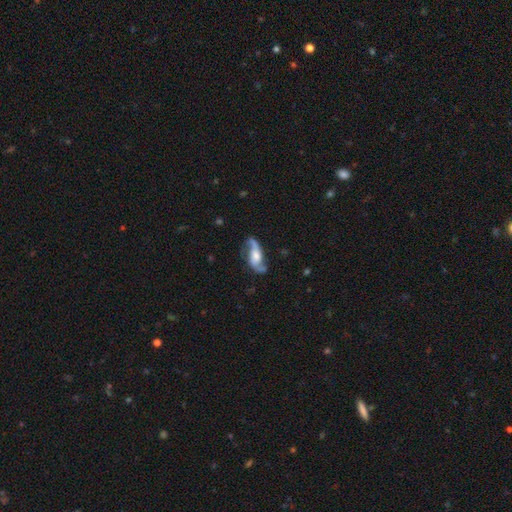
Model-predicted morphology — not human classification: A featured or disk galaxy (81%) with no bar (45%), 2 (91%) loose (55%) spiral arms (94%) and a moderate central bulge (45%). Merging: none (68%).